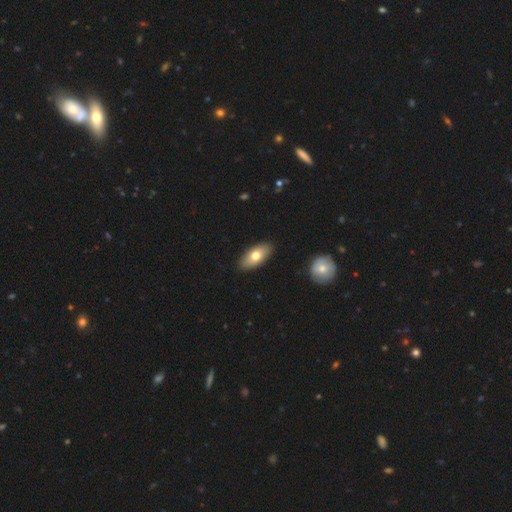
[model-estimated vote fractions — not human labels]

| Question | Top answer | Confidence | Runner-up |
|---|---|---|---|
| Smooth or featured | smooth | 70% | featured or disk (24%) |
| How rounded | in between | 89% | cigar-shaped (8%) |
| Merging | none | 89% | minor disturbance (8%) |